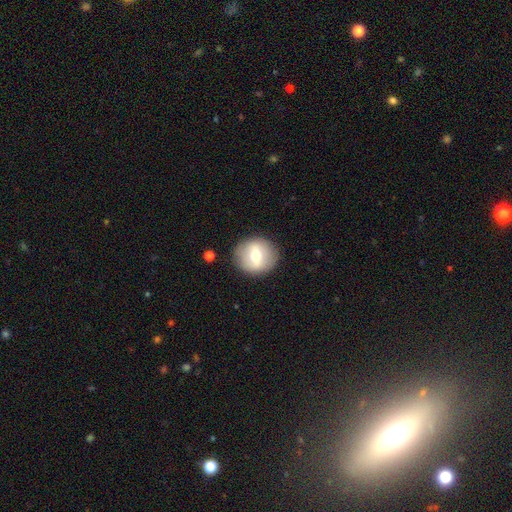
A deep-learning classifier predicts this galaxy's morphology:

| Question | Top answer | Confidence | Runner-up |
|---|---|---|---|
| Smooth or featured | smooth | 48% | featured or disk (45%) |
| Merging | none | 87% | minor disturbance (8%) |